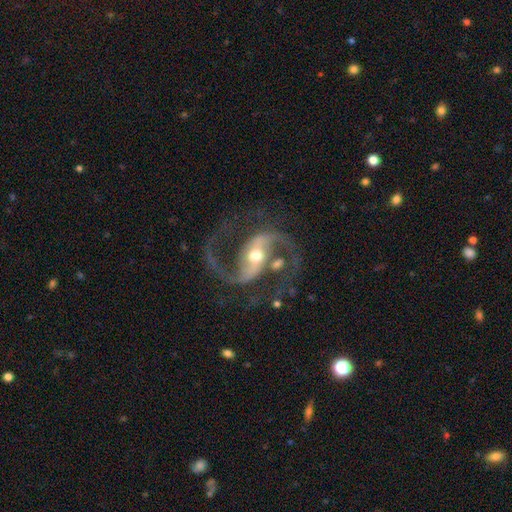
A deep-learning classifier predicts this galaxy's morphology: smooth-or-featured: featured or disk: 92% | star or artifact: 5% | smooth: 3%
  disk-edge-on: no: 98% | yes: 2%
    bar: strong: 49% | weak: 33% | no: 18%
    has-spiral-arms: yes: 98% | no: 2%
      spiral-winding: medium: 55% | loose: 37% | tight: 8%
      spiral-arm-count: 2: 94% | 1: 1% | can't tell: 1% | 3: 1% | 4: 1% | more than 4: 1%
    bulge-size: moderate: 67% | small: 24% | large: 7% | none: 1% | dominant: 1%
  merging: none: 74% | minor disturbance: 13% | major disturbance: 10% | merger: 4%